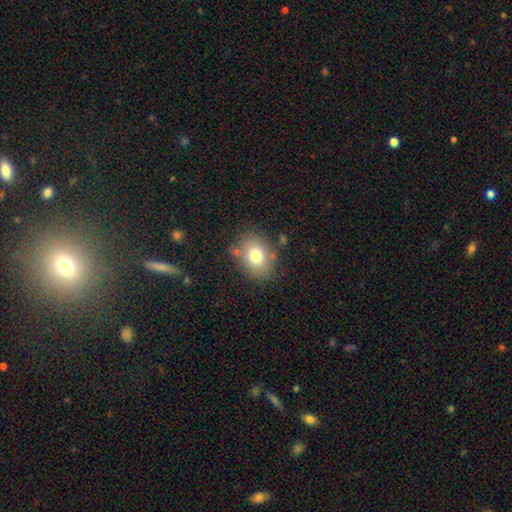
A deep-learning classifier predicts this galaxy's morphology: This appears to be a smooth galaxy with no disk features (76%) that is in between round and cigar-shaped (55%). Merging: none (79%).